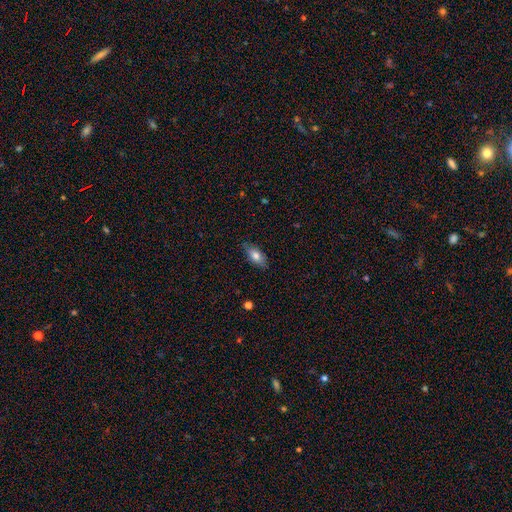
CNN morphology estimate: Q: Smooth or featured?
A: smooth (75%); runner-up: featured or disk (18%)
Q: How rounded?
A: in between (83%); runner-up: cigar-shaped (12%)
Q: Merging?
A: none (80%); runner-up: minor disturbance (16%)